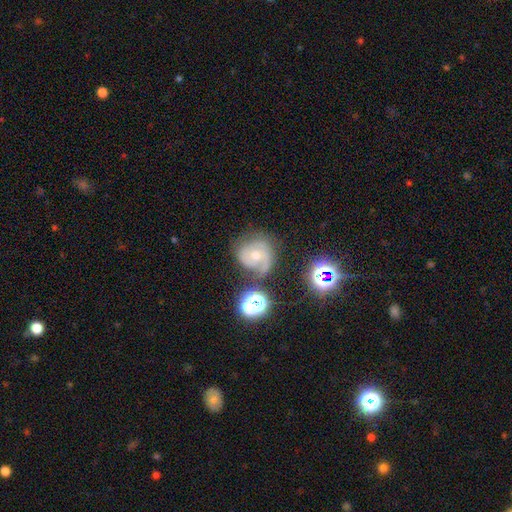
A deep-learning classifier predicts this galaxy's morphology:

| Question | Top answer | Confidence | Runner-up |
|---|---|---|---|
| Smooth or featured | featured or disk | 65% | smooth (21%) |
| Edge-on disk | no | 97% | yes (3%) |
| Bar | no | 74% | weak (21%) |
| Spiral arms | yes | 87% | no (13%) |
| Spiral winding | tight | 44% | medium (40%) |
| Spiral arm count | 2 | 39% | 1 (25%) |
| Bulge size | moderate | 58% | small (36%) |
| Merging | none | 48% | minor disturbance (25%) |